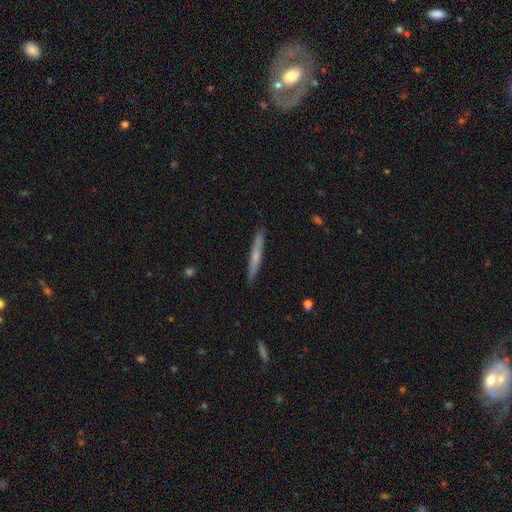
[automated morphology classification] smooth 52%, featured or disk 42%, star or artifact 6%. Down the decision tree: how rounded — cigar-shaped (96%); merging — none (89%).